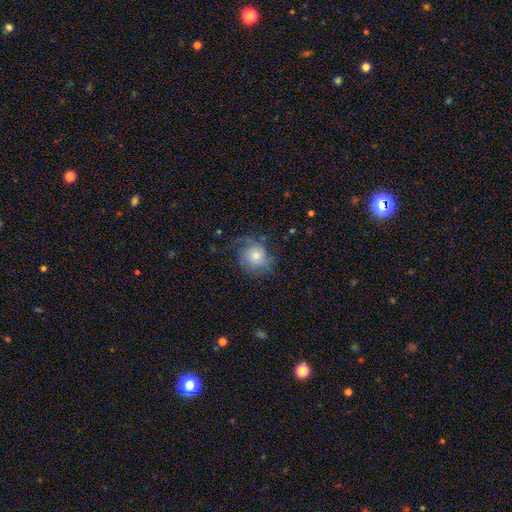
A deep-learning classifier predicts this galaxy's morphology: Overall: smooth (61%; featured or disk 29%). How rounded: round (77%). Merging: none (56%; minor disturbance 25%).